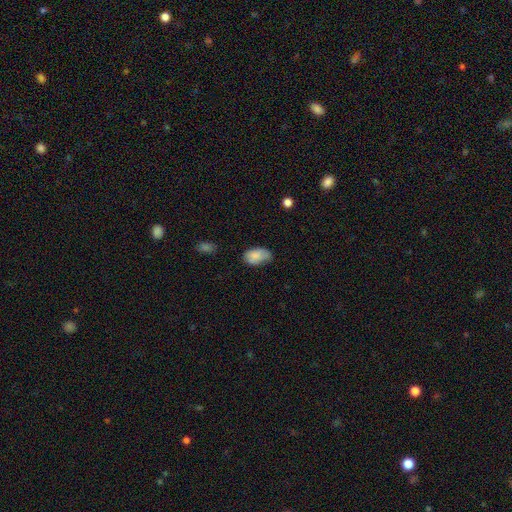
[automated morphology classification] smooth-or-featured: smooth: 84% | featured or disk: 9% | star or artifact: 7%
  how-rounded: in between: 93% | round: 6% | cigar-shaped: 1%
  merging: none: 58% | minor disturbance: 33% | major disturbance: 7% | merger: 2%